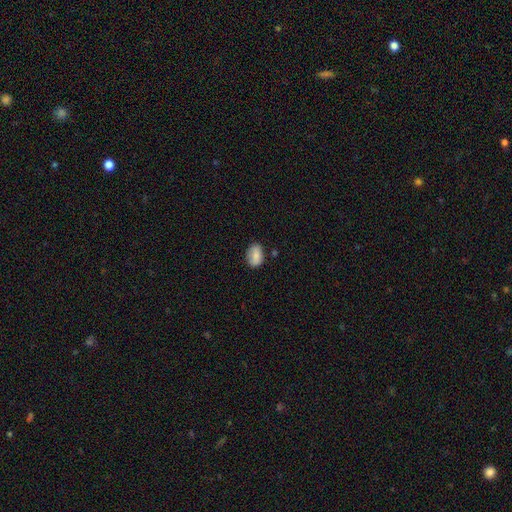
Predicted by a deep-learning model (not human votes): smooth 80%, featured or disk 12%, star or artifact 8%. Down the decision tree: how rounded — in between (80%); merging — none (74%).